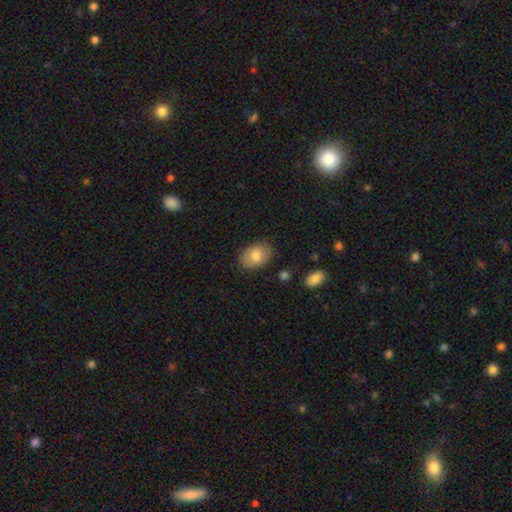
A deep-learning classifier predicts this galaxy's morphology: Smooth or featured: smooth — 80% (featured or disk — 13%)
How rounded: in between — 86% (round — 13%)
Merging: none — 84% (minor disturbance — 12%)